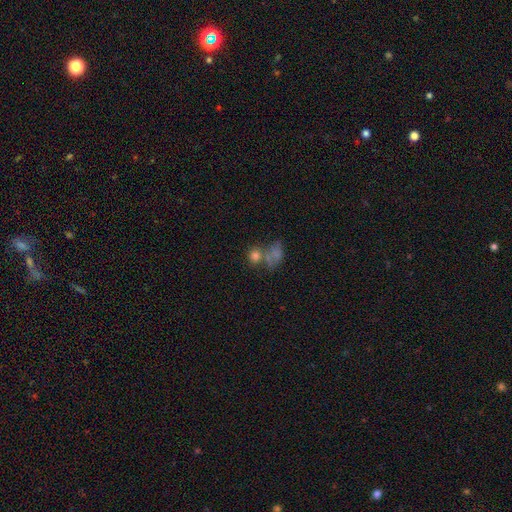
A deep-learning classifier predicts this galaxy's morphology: Overall: smooth (76%). How rounded: round (71%). Merging: none (44%; merger 39%).